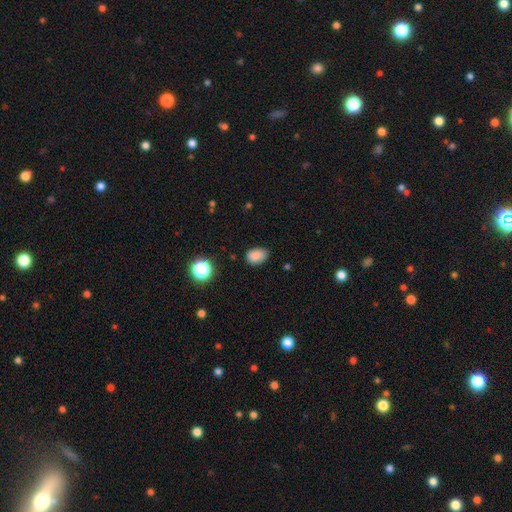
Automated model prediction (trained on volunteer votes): Smooth or featured?
  - smooth: 84% *
  - star or artifact: 11%
  - featured or disk: 5%
How rounded?
  - in between: 79% *
  - round: 20%
  - cigar-shaped: 1%
Merging?
  - none: 76% *
  - minor disturbance: 19%
  - major disturbance: 3%
  - merger: 1%